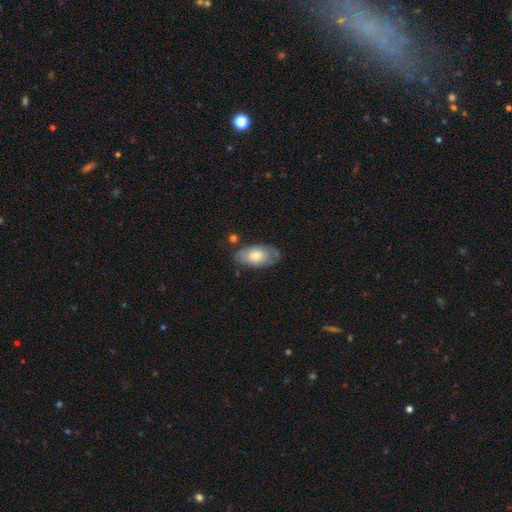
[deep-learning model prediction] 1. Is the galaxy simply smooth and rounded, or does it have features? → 67% smooth, 27% featured or disk, 6% star or artifact.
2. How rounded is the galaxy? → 94% in between, 3% round, 3% cigar-shaped.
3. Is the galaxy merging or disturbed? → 65% none, 24% minor disturbance, 6% major disturbance, 5% merger.